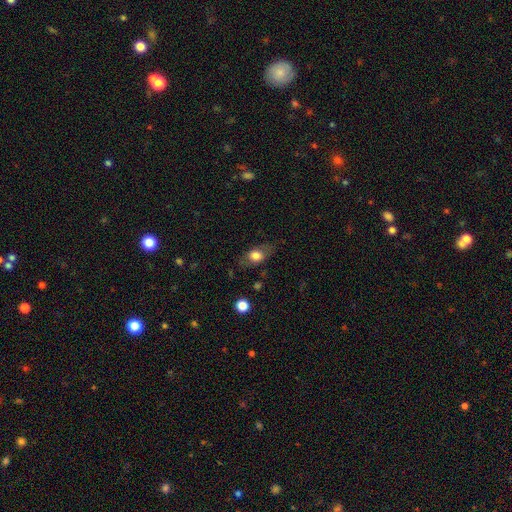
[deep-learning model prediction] Smooth or featured? Predicted: smooth (p=0.69). How rounded? Predicted: in between (p=0.75). Merging? Predicted: none (p=0.72).